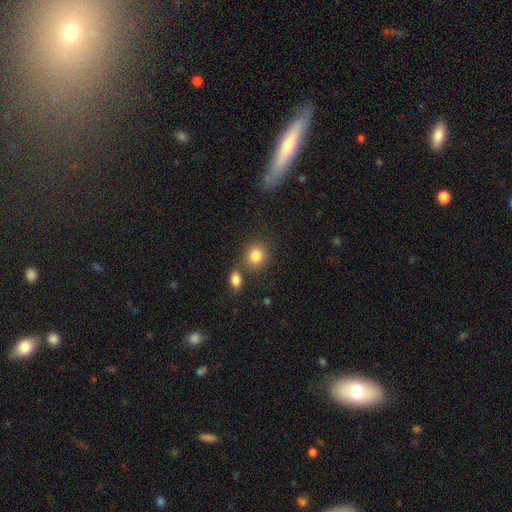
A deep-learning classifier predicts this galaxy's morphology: Overall: smooth (84%). How rounded: round (76%). Merging: none (67%).